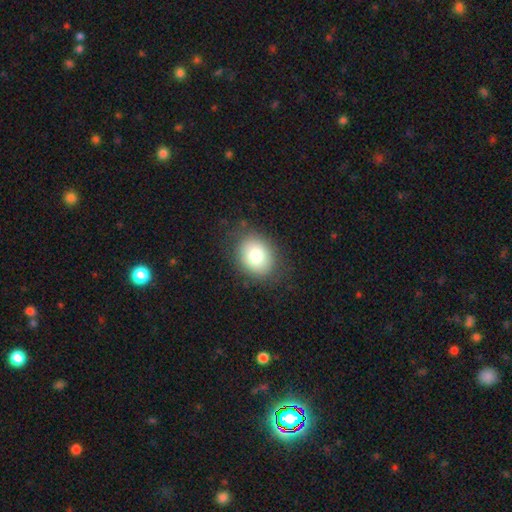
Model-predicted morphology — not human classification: A smooth galaxy with no disk features (80%) that is in between round and cigar-shaped (52%).

Vote fractions:
- Smooth or featured? smooth: 80% / featured or disk: 11% / star or artifact: 9%
- How rounded? in between: 52% / round: 47% / cigar-shaped: 1%
- Merging? none: 82% / minor disturbance: 13% / major disturbance: 4% / merger: 1%